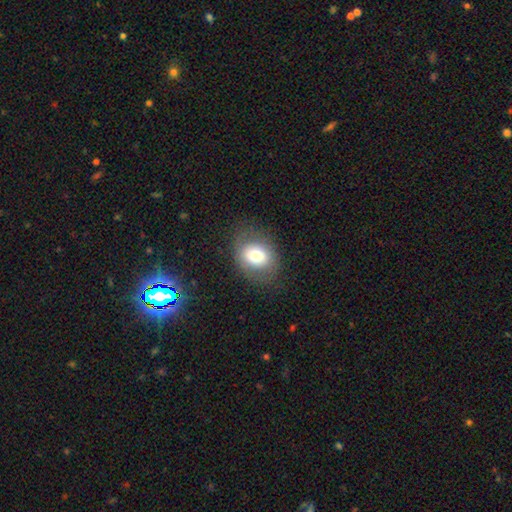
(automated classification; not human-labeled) smooth 71%, featured or disk 19%, star or artifact 10%. Down the decision tree: how rounded — round (52%); merging — none (77%).